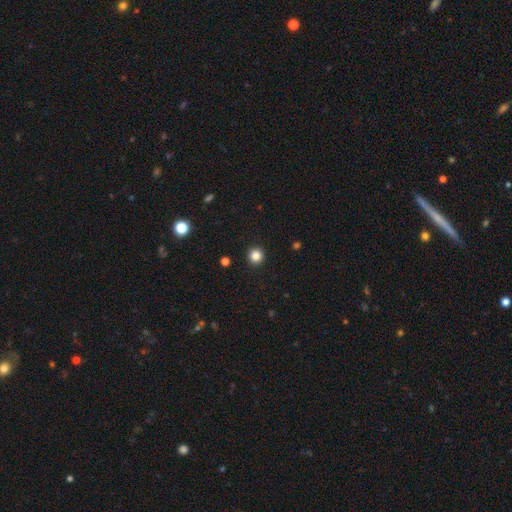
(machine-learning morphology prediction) smooth-or-featured: smooth: 84% | star or artifact: 12% | featured or disk: 4%
  how-rounded: round: 95% | in between: 4% | cigar-shaped: 1%
  merging: none: 93% | minor disturbance: 4% | major disturbance: 2% | merger: 1%